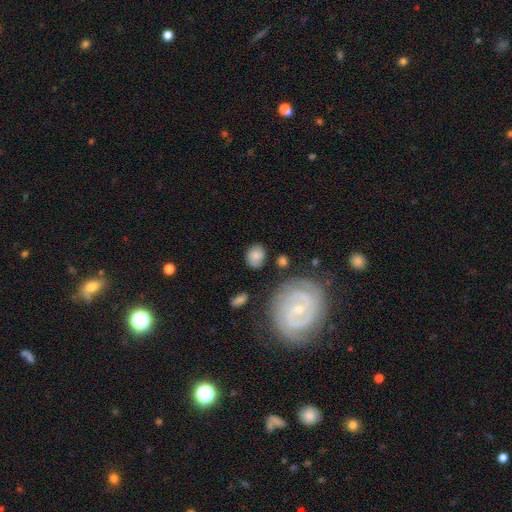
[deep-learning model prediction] smooth 69%, featured or disk 23%, star or artifact 8%. Down the decision tree: how rounded — round (53%); merging — none (73%).